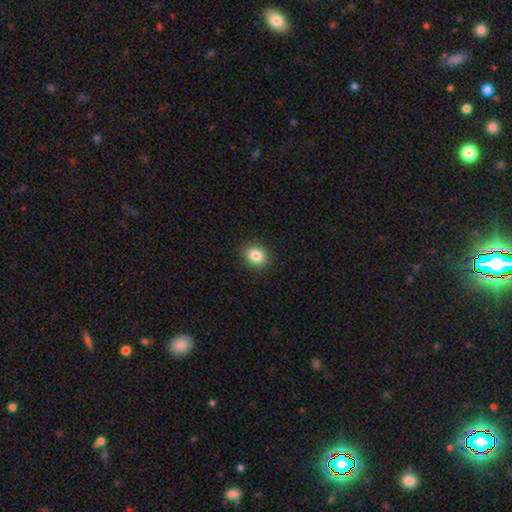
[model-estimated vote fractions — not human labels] Smooth or featured?
  - smooth: 84% *
  - star or artifact: 10%
  - featured or disk: 6%
How rounded?
  - round: 61% *
  - in between: 38%
  - cigar-shaped: 1%
Merging?
  - none: 90% *
  - minor disturbance: 7%
  - major disturbance: 2%
  - merger: 1%